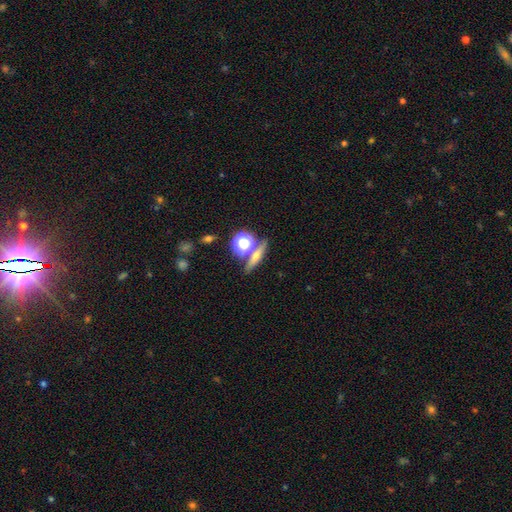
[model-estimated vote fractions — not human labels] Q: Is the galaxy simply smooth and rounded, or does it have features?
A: smooth — 46%.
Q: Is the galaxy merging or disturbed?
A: none — 72%.